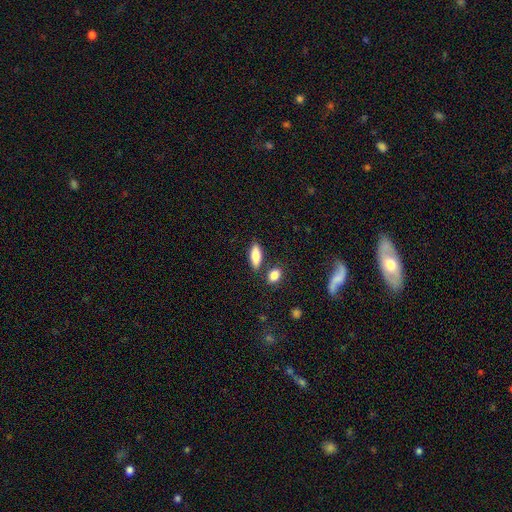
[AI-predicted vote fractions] smooth 84%, featured or disk 10%, star or artifact 7%. Down the decision tree: how rounded — in between (74%); merging — none (77%).